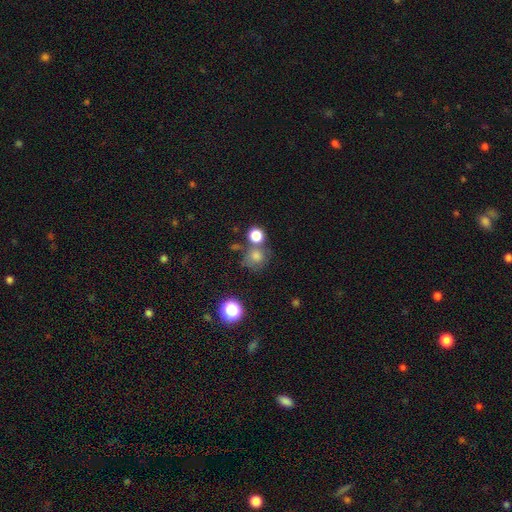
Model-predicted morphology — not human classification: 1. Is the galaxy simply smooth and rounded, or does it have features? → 73% smooth, 16% star or artifact, 10% featured or disk.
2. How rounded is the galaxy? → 85% round, 14% in between, 1% cigar-shaped.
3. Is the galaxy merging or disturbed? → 54% none, 24% merger, 13% minor disturbance, 8% major disturbance.